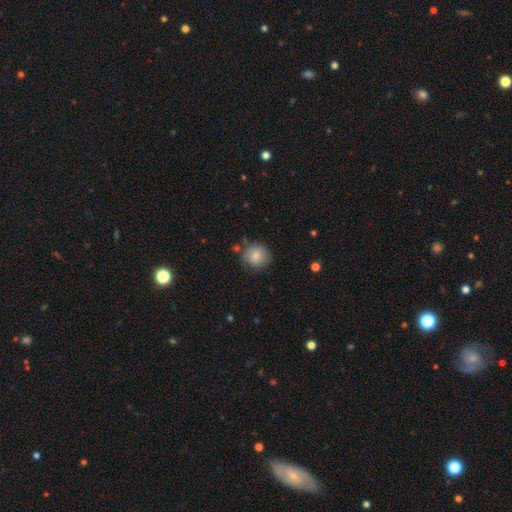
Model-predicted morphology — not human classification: The model was most divided on "merging": none: 77%, minor disturbance: 15%, merger: 4%, major disturbance: 4%. More confident: how rounded — round (89%); smooth or featured — smooth (83%).